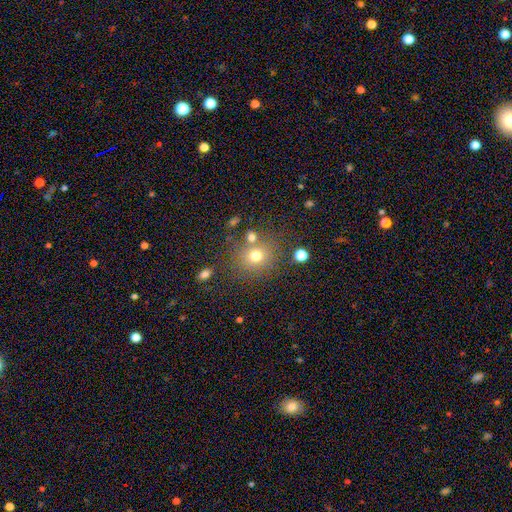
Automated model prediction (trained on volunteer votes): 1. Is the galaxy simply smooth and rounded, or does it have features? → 72% smooth, 17% star or artifact, 12% featured or disk.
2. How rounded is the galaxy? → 80% round, 19% in between, 1% cigar-shaped.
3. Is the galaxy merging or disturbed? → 72% none, 11% minor disturbance, 11% merger, 5% major disturbance.